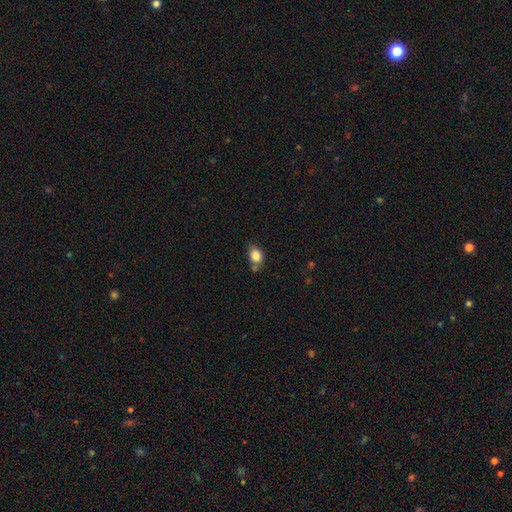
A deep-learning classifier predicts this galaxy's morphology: Smooth or featured?
  - smooth: 83% *
  - star or artifact: 9%
  - featured or disk: 8%
How rounded?
  - in between: 72% *
  - round: 26%
  - cigar-shaped: 2%
Merging?
  - none: 59% *
  - minor disturbance: 23%
  - merger: 13%
  - major disturbance: 5%